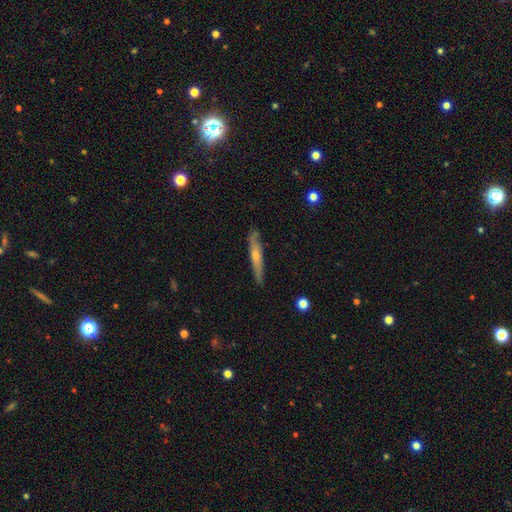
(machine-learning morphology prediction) Q: Smooth or featured?
A: featured or disk (56%); runner-up: smooth (37%)
Q: Edge-on disk?
A: yes (86%); runner-up: no (14%)
Q: Merging?
A: none (81%); runner-up: minor disturbance (15%)